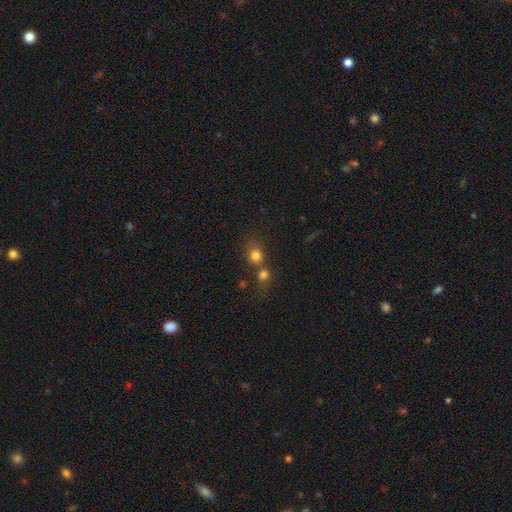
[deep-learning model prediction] smooth-or-featured: smooth: 78% | star or artifact: 14% | featured or disk: 8%
  how-rounded: round: 79% | in between: 20% | cigar-shaped: 1%
  merging: none: 46% | merger: 41% | minor disturbance: 8% | major disturbance: 5%